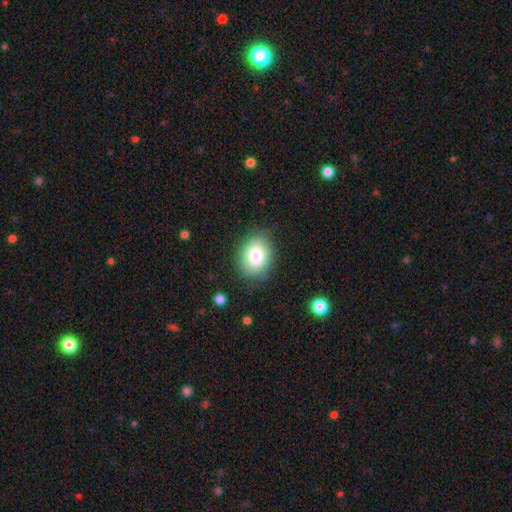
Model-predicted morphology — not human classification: Q: Smooth or featured?
A: smooth (81%); runner-up: featured or disk (11%)
Q: How rounded?
A: in between (60%); runner-up: round (39%)
Q: Merging?
A: none (81%); runner-up: minor disturbance (14%)